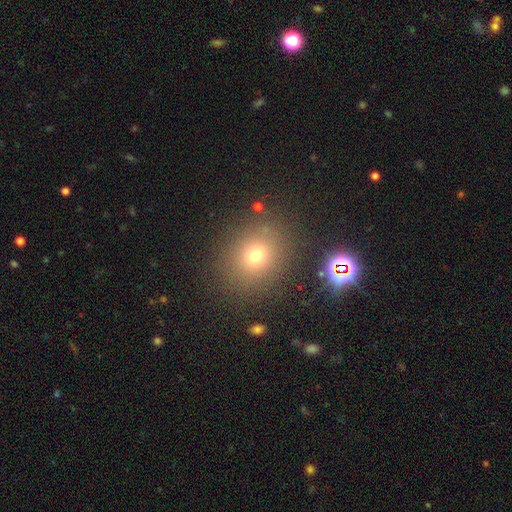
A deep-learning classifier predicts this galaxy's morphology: Smooth or featured?
  - smooth: 69% *
  - star or artifact: 20%
  - featured or disk: 11%
How rounded?
  - round: 70% *
  - in between: 29%
  - cigar-shaped: 1%
Merging?
  - none: 84% *
  - minor disturbance: 9%
  - major disturbance: 4%
  - merger: 3%